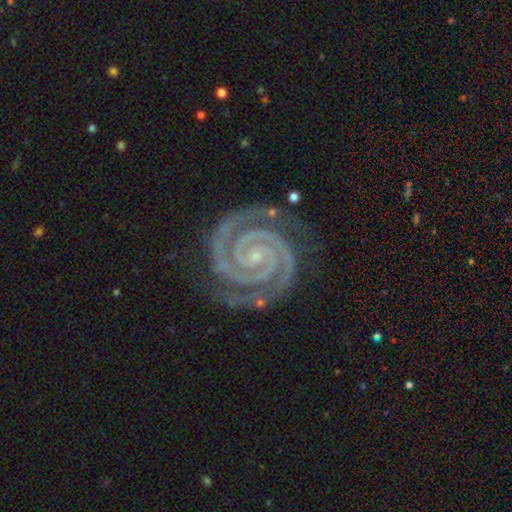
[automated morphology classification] Smooth or featured? featured or disk (94%)
Edge-on disk? no (98%)
Bar? no (56%)
Spiral arms? yes (99%)
Spiral winding? tight (88%)
Spiral arm count? 2 (91%)
Bulge size? small (85%)
Merging? none (83%)